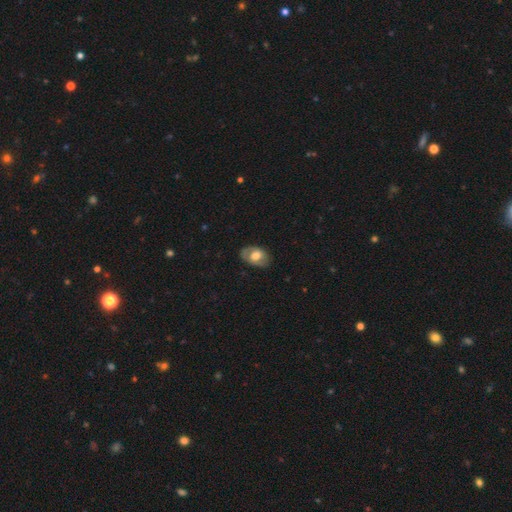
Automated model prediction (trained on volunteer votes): Smooth or featured?
  - smooth: 52% *
  - featured or disk: 41%
  - star or artifact: 7%
How rounded?
  - in between: 83% *
  - round: 16%
  - cigar-shaped: 1%
Merging?
  - none: 75% *
  - minor disturbance: 19%
  - major disturbance: 5%
  - merger: 1%